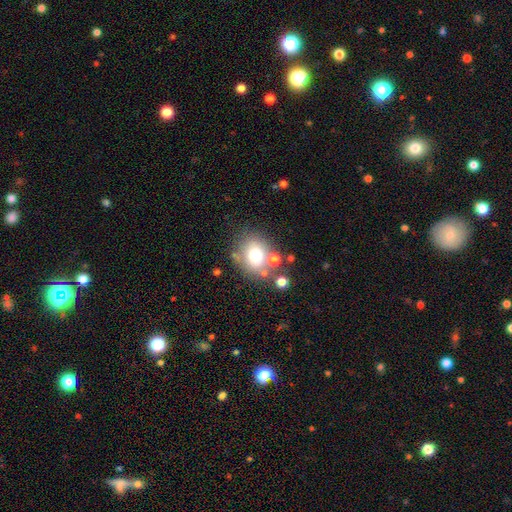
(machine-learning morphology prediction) smooth 69%, featured or disk 18%, star or artifact 13%. Down the decision tree: how rounded — round (59%); merging — none (63%).